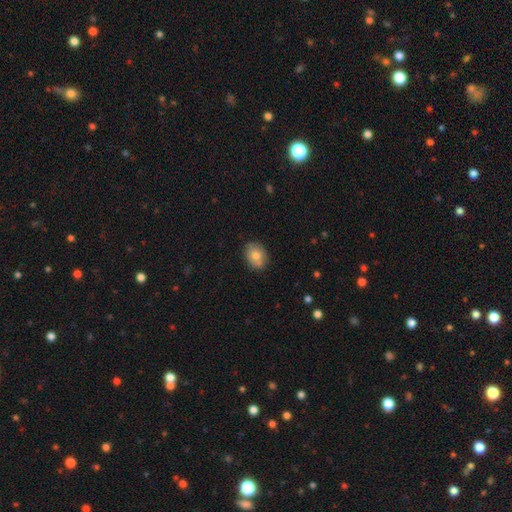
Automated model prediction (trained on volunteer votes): This is likely a smooth galaxy (74%). How rounded: likely in between (64%). Merging: likely none (77%).